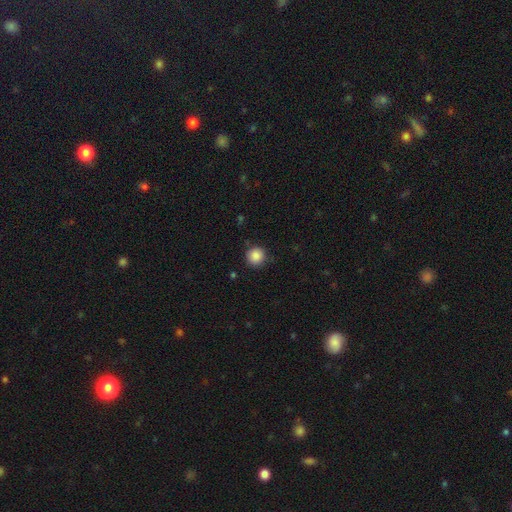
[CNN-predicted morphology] Smooth or featured?
  - smooth: 87% *
  - star or artifact: 10%
  - featured or disk: 3%
How rounded?
  - round: 94% *
  - in between: 5%
  - cigar-shaped: 1%
Merging?
  - none: 86% *
  - minor disturbance: 10%
  - major disturbance: 2%
  - merger: 1%